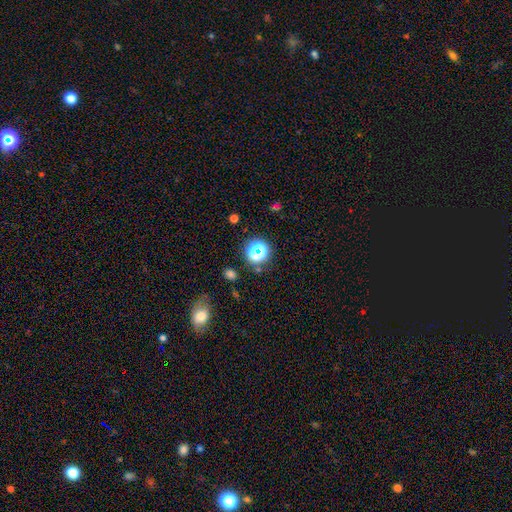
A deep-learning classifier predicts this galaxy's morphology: star or artifact 48%, smooth 44%, featured or disk 8%.